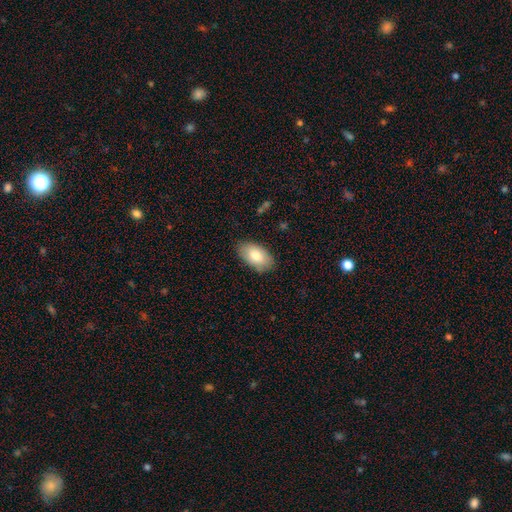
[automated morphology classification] Smooth or featured: smooth — 80% (featured or disk — 14%)
How rounded: in between — 94% (round — 4%)
Merging: none — 84% (minor disturbance — 12%)